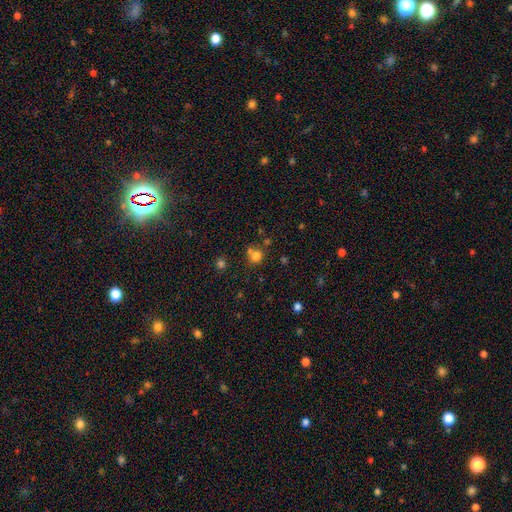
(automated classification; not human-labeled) A smooth galaxy with no disk features (75%) that is round (84%).

Vote fractions:
- Smooth or featured? smooth: 75% / star or artifact: 17% / featured or disk: 9%
- How rounded? round: 84% / in between: 15% / cigar-shaped: 1%
- Merging? none: 58% / merger: 28% / minor disturbance: 10% / major disturbance: 4%